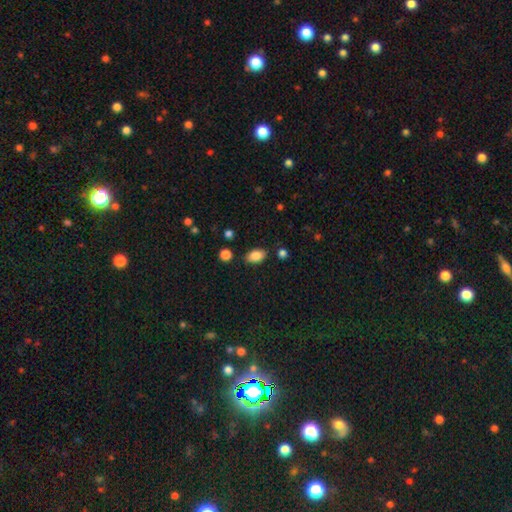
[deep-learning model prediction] Smooth or featured?
  - smooth: 86% *
  - star or artifact: 8%
  - featured or disk: 6%
How rounded?
  - in between: 89% *
  - round: 9%
  - cigar-shaped: 2%
Merging?
  - none: 82% *
  - minor disturbance: 12%
  - merger: 3%
  - major disturbance: 3%